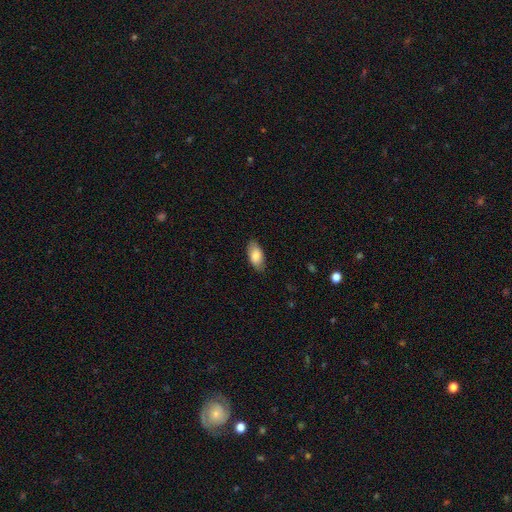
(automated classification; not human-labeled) Smooth or featured? smooth (83%)
How rounded? in between (92%)
Merging? none (83%)